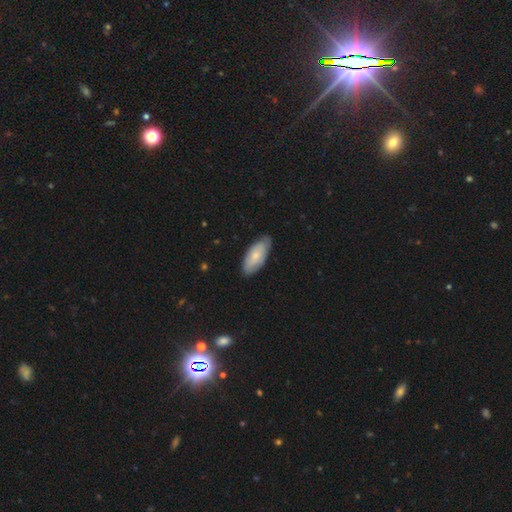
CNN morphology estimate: smooth_or_featured: smooth (p=0.65) [alt: featured or disk p=0.30]
how_rounded: in between (p=0.88) [alt: cigar-shaped p=0.11]
merging: none (p=0.78) [alt: minor disturbance p=0.18]